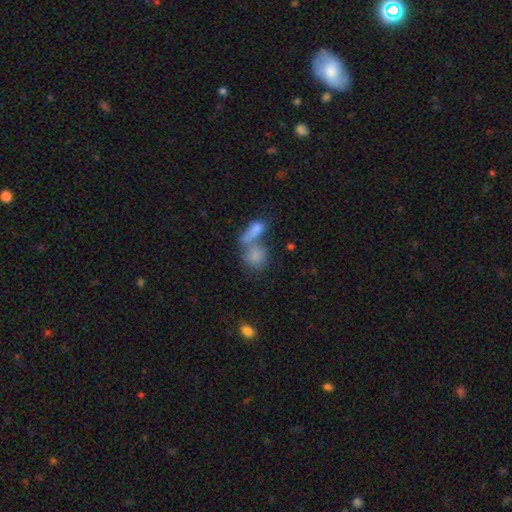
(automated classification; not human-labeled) Smooth or featured: smooth — 77% (featured or disk — 14%)
How rounded: in between — 51% (round — 44%)
Merging: merger — 57% (none — 27%)